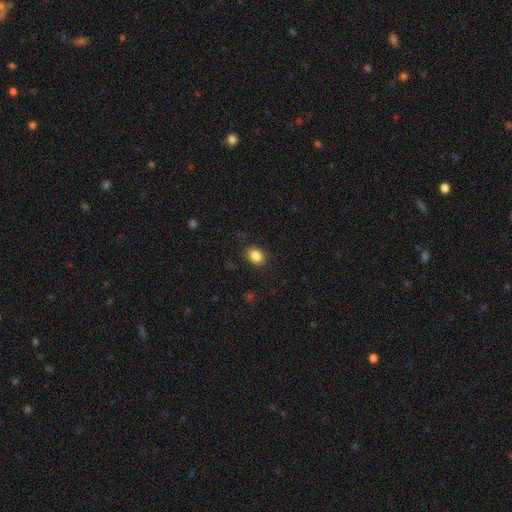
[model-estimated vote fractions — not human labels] smooth-or-featured: smooth: 86% | star or artifact: 9% | featured or disk: 5%
  how-rounded: in between: 67% | round: 32% | cigar-shaped: 1%
  merging: none: 87% | minor disturbance: 9% | major disturbance: 3% | merger: 1%